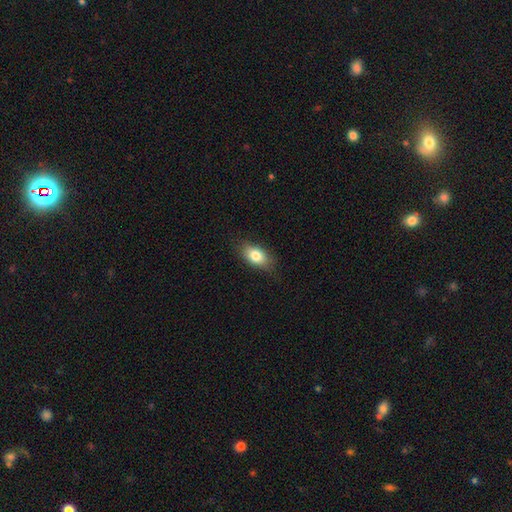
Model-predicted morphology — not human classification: A smooth galaxy with no disk features (80%) that is in between round and cigar-shaped (86%).

Vote fractions:
- Smooth or featured? smooth: 80% / featured or disk: 12% / star or artifact: 8%
- How rounded? in between: 86% / round: 9% / cigar-shaped: 5%
- Merging? none: 82% / minor disturbance: 14% / major disturbance: 3% / merger: 1%